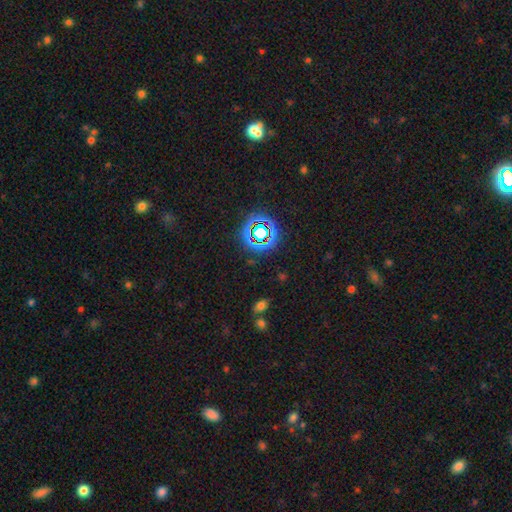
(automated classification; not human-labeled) Smooth or featured: star or artifact — 62% (smooth — 27%)